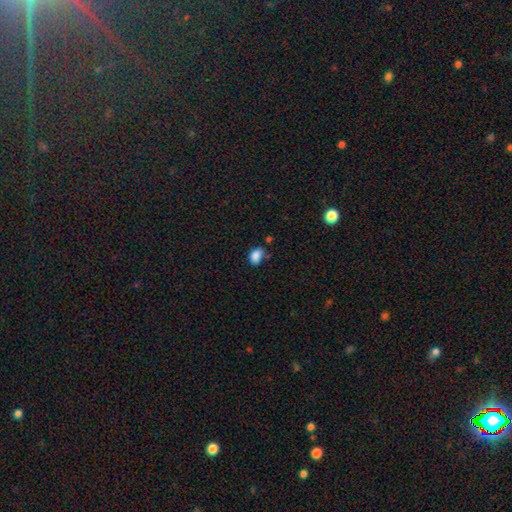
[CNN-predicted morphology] Smooth or featured? Predicted: smooth (p=0.85). How rounded? Predicted: in between (p=0.77). Merging? Predicted: none (p=0.56).